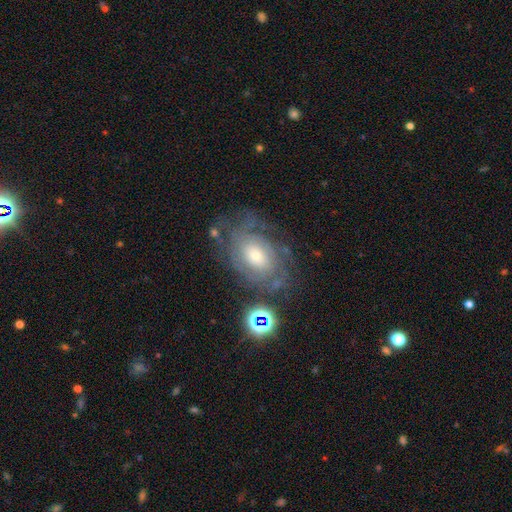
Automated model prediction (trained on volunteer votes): Overall: featured or disk (71%). Edge-on disk: no (96%). Bar: no (72%). Spiral arms: yes (83%). Spiral arm count: can't tell (58%). Spiral winding: tight (66%; medium 26%). Bulge size: small (52%; moderate 40%). Merging: none (61%).